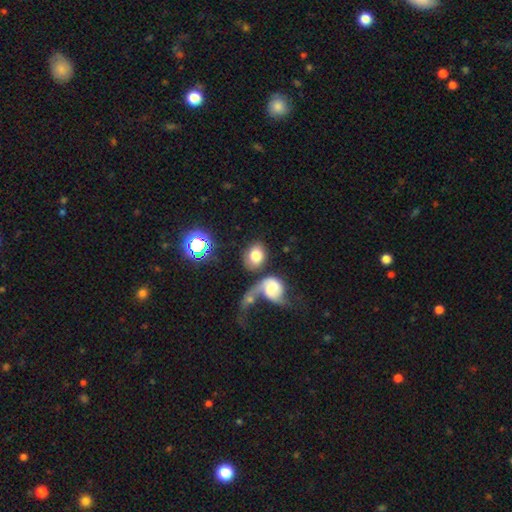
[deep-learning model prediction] Smooth or featured? smooth (68%)
How rounded? in between (57%)
Merging? none (43%)